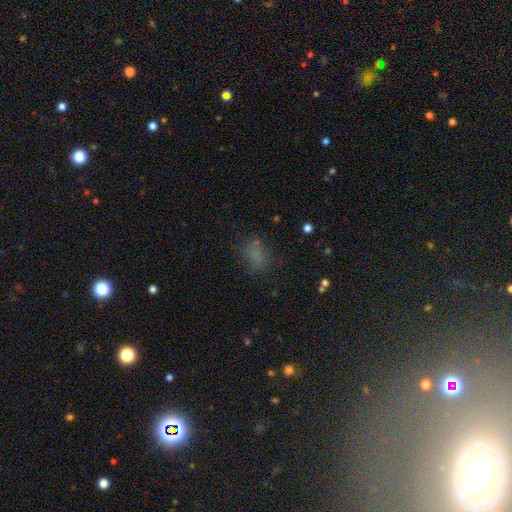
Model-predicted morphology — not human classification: Overall: smooth (72%). How rounded: in between (75%). Merging: none (67%).